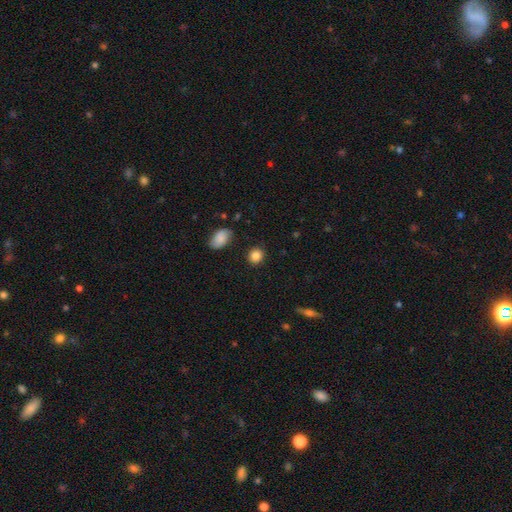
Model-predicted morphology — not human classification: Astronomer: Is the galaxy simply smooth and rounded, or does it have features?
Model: smooth — 85%.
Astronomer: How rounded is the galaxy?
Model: round — 74%.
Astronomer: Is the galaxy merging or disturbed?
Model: none — 87%.